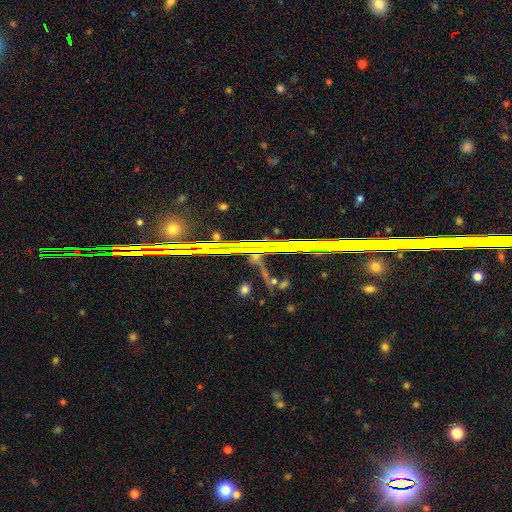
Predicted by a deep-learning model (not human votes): The model was most divided on "smooth or featured": star or artifact: 65%, featured or disk: 19%, smooth: 17%.